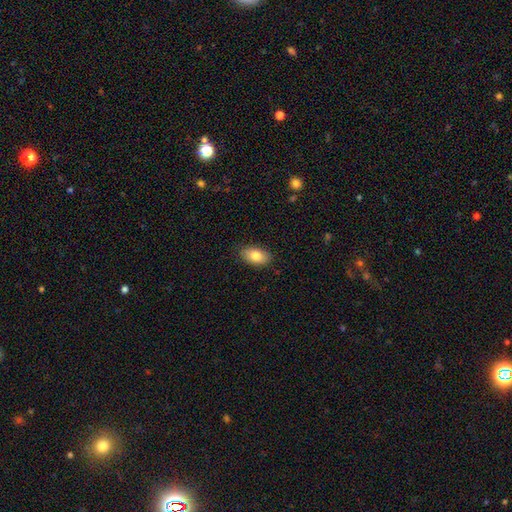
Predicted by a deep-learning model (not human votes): Q: Smooth or featured?
A: smooth (83%); runner-up: featured or disk (10%)
Q: How rounded?
A: in between (92%); runner-up: round (5%)
Q: Merging?
A: none (86%); runner-up: minor disturbance (11%)